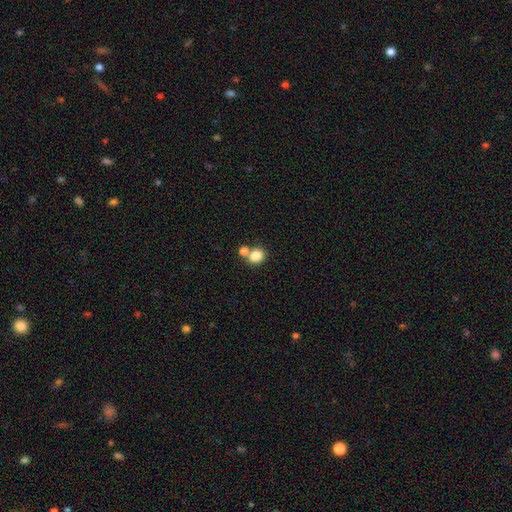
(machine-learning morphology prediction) smooth-or-featured: smooth: 83% | star or artifact: 11% | featured or disk: 7%
  how-rounded: round: 69% | in between: 30% | cigar-shaped: 1%
  merging: none: 55% | merger: 33% | minor disturbance: 8% | major disturbance: 3%